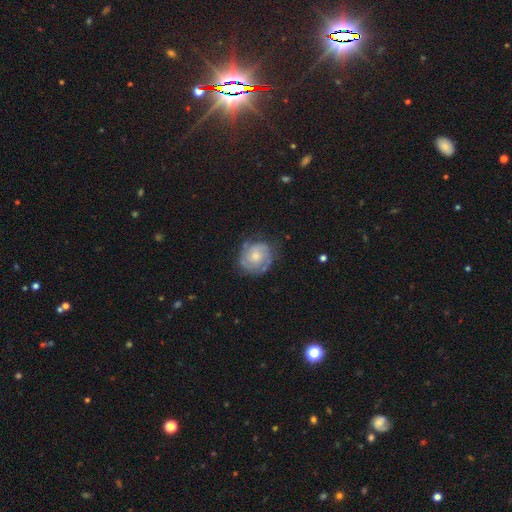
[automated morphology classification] A featured or disk galaxy (65%) with no bar (78%), 2 (41%) tight (61%) spiral arms (83%) and a moderate central bulge (49%).

Vote fractions:
- Smooth or featured? featured or disk: 65% / smooth: 29% / star or artifact: 6%
- Edge-on disk? no: 98% / yes: 2%
- Bar? no: 78% / weak: 19% / strong: 3%
- Spiral arms? yes: 83% / no: 17%
- Spiral winding? tight: 61% / medium: 30% / loose: 10%
- Spiral arm count? 2: 41% / can't tell: 34% / 3: 12% / 1: 5% / 4: 4% / more than 4: 3%
- Bulge size? moderate: 49% / small: 40% / large: 6% / none: 4% / dominant: 1%
- Merging? none: 68% / minor disturbance: 21% / major disturbance: 8% / merger: 2%